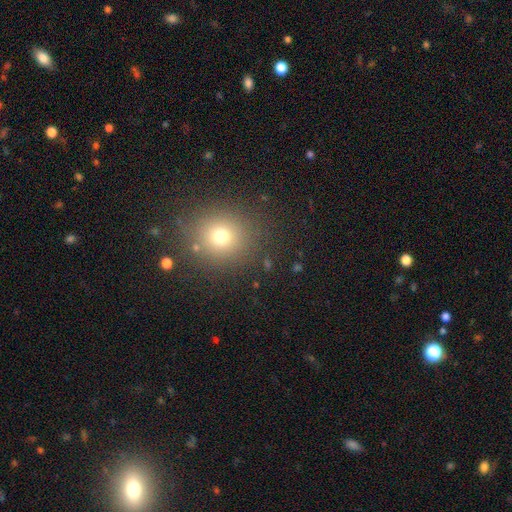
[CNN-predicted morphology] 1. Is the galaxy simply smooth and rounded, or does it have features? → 58% smooth, 34% star or artifact, 8% featured or disk.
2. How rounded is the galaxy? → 79% round, 20% in between, 1% cigar-shaped.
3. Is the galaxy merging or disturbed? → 89% none, 6% minor disturbance, 3% major disturbance, 2% merger.